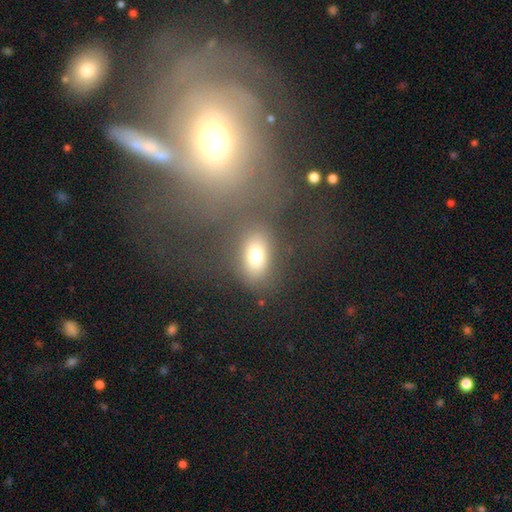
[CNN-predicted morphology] smooth_or_featured: smooth (p=0.73) [alt: star or artifact p=0.14]
how_rounded: in between (p=0.75) [alt: round p=0.21]
merging: none (p=0.73) [alt: minor disturbance p=0.12]